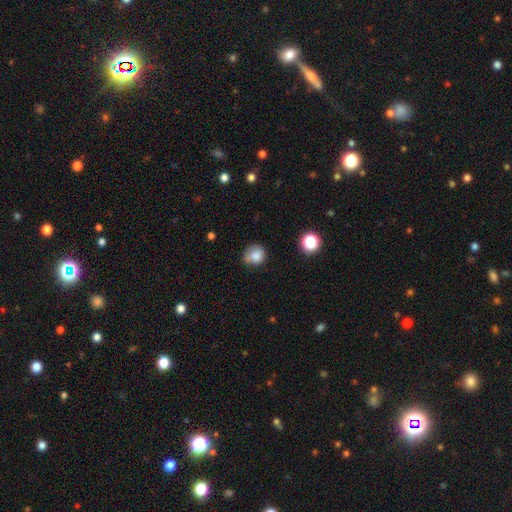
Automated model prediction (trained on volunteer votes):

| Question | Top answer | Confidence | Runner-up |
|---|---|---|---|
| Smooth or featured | smooth | 79% | star or artifact (11%) |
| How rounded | round | 76% | in between (23%) |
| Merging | none | 55% | minor disturbance (29%) |